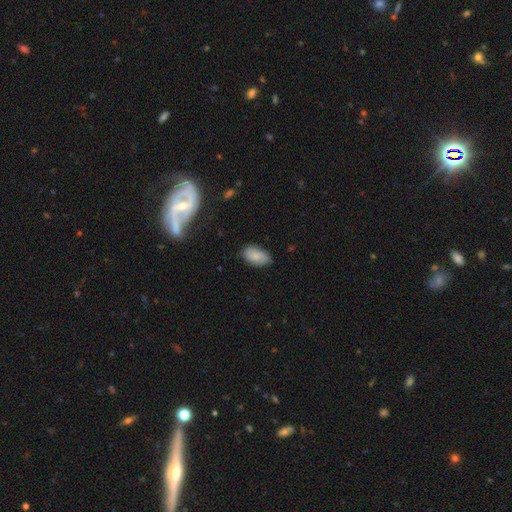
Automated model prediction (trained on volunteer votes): This is likely a smooth galaxy (74%). How rounded: clearly in between (92%). Merging: likely none (75%).